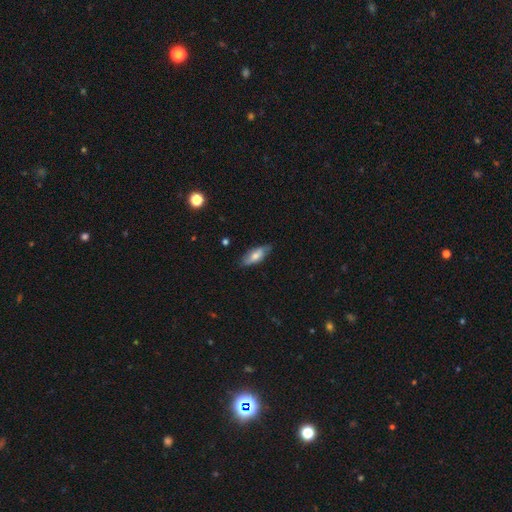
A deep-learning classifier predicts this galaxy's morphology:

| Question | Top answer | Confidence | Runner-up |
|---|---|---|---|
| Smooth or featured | smooth | 64% | featured or disk (29%) |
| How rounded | in between | 74% | cigar-shaped (23%) |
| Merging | none | 76% | minor disturbance (20%) |